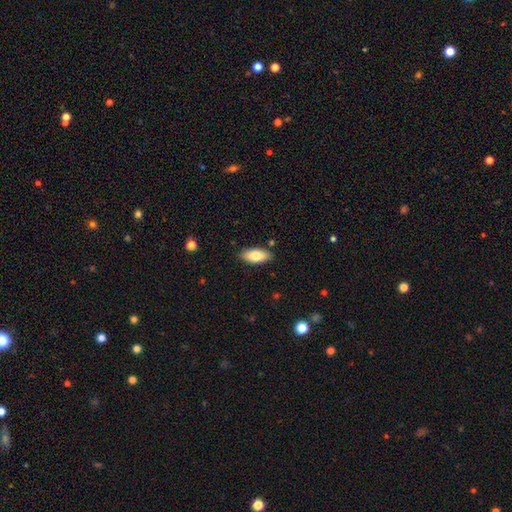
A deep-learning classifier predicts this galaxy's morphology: Smooth or featured?
  - smooth: 79% *
  - featured or disk: 14%
  - star or artifact: 7%
How rounded?
  - in between: 89% *
  - cigar-shaped: 9%
  - round: 2%
Merging?
  - none: 85% *
  - minor disturbance: 11%
  - merger: 2%
  - major disturbance: 2%